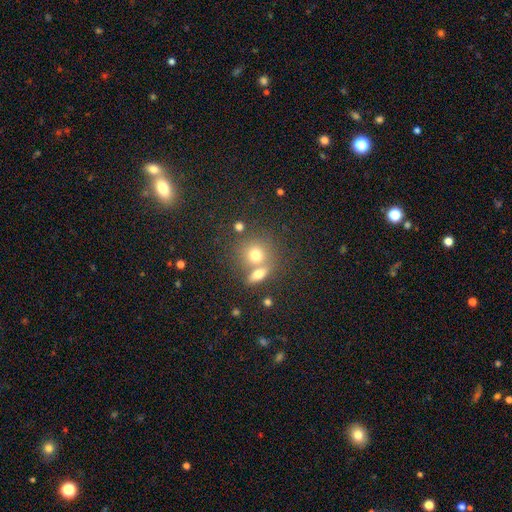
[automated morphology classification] The model was most divided on "merging": none: 47%, merger: 42%, minor disturbance: 8%, major disturbance: 4%. More confident: how rounded — round (76%); smooth or featured — smooth (67%).